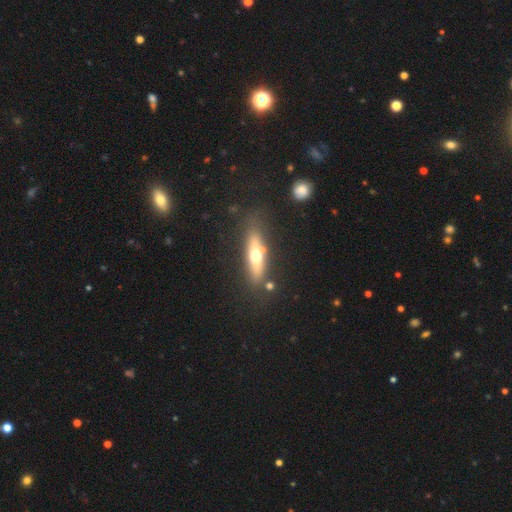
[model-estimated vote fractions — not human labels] smooth_or_featured: smooth (p=0.50) [alt: featured or disk p=0.43]
how_rounded: cigar-shaped (p=0.62) [alt: in between p=0.35]
merging: none (p=0.74) [alt: minor disturbance p=0.14]